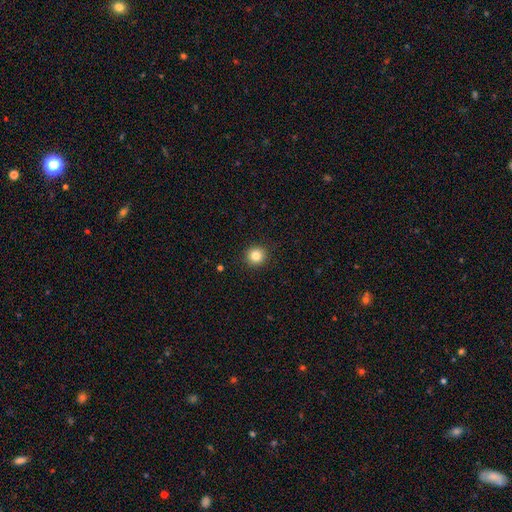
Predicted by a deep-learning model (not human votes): This appears to be a smooth galaxy with no disk features (84%) that is round (92%). Merging: none (92%).